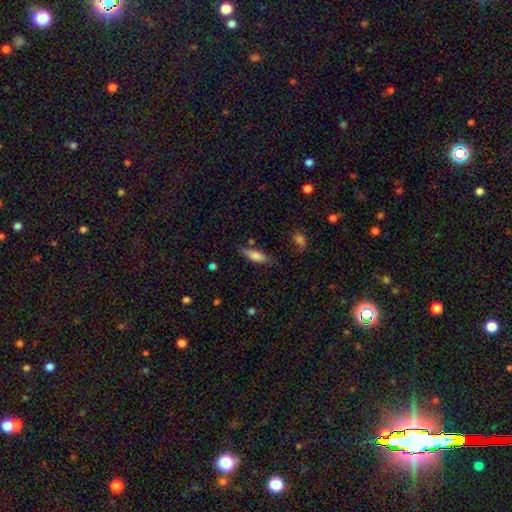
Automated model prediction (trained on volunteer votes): A smooth galaxy with no disk features (77%) that is in between round and cigar-shaped (55%). Merging: none (69%).